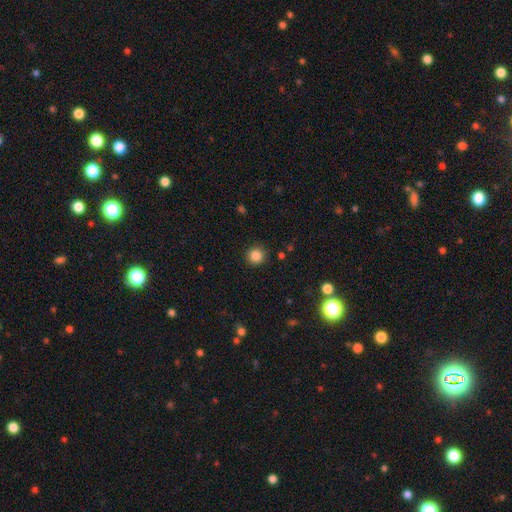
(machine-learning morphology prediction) Overall: smooth (85%). How rounded: round (94%). Merging: none (91%).